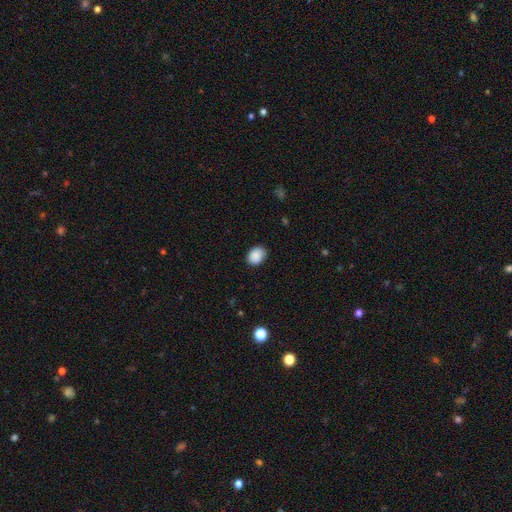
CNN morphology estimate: This appears to be a smooth galaxy with no disk features (89%) that is in between round and cigar-shaped (56%). Merging: none (83%).